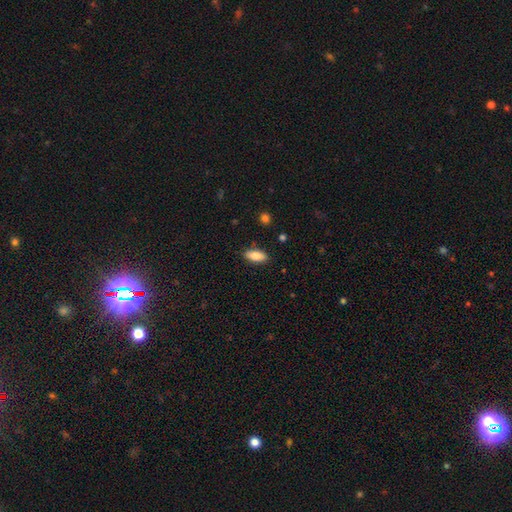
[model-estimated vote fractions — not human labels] Smooth or featured? Predicted: smooth (p=0.84). How rounded? Predicted: in between (p=0.84). Merging? Predicted: none (p=0.87).